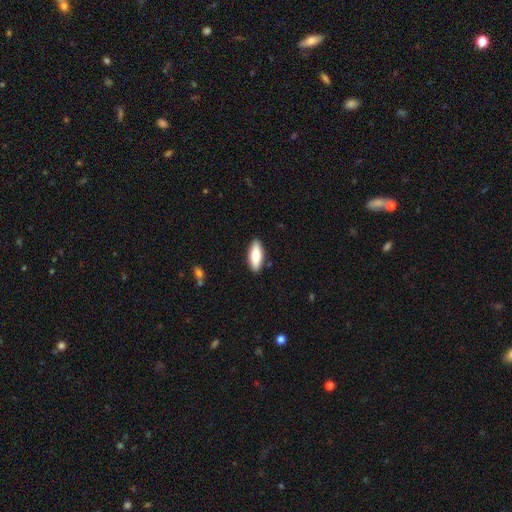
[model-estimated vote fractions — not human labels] A smooth galaxy with no disk features (76%) that is in between round and cigar-shaped (71%).

Vote fractions:
- Smooth or featured? smooth: 76% / featured or disk: 19% / star or artifact: 6%
- How rounded? in between: 71% / cigar-shaped: 27% / round: 2%
- Merging? none: 89% / minor disturbance: 8% / major disturbance: 2% / merger: 1%